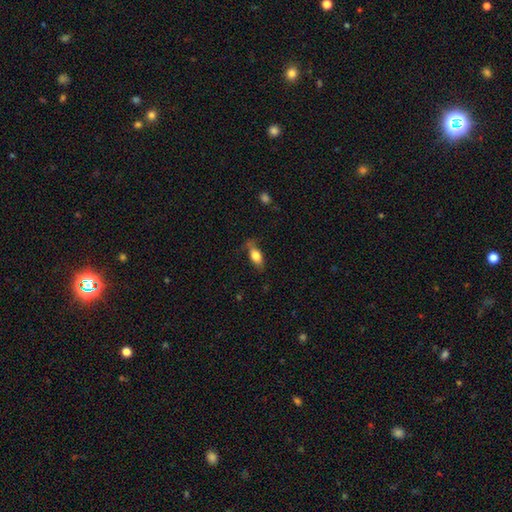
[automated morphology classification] Smooth or featured: smooth — 73% (featured or disk — 19%)
How rounded: in between — 81% (cigar-shaped — 14%)
Merging: none — 62% (minor disturbance — 26%)